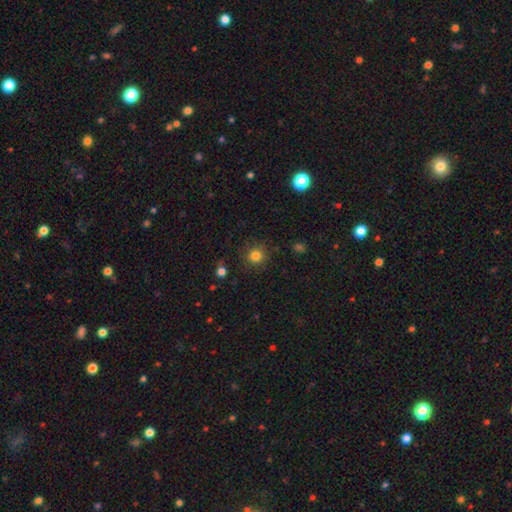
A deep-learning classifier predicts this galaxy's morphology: Q: Smooth or featured?
A: smooth (81%); runner-up: star or artifact (14%)
Q: How rounded?
A: round (93%); runner-up: in between (6%)
Q: Merging?
A: none (87%); runner-up: minor disturbance (8%)